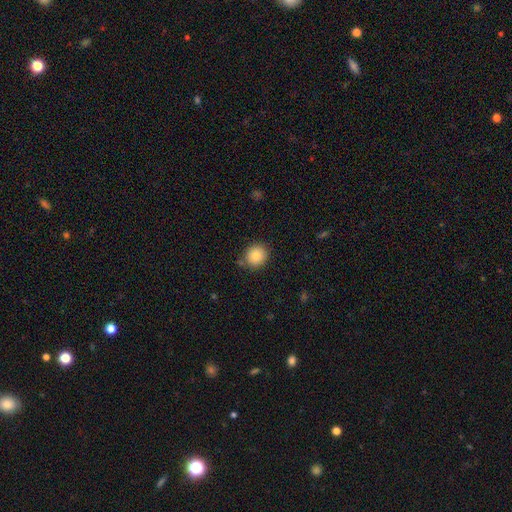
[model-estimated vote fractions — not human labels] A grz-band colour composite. It shows a smooth galaxy with no disk features (83%) that is round (84%). Merging: none (81%).